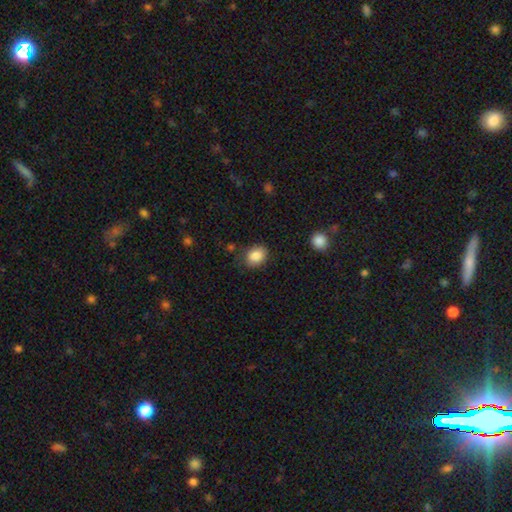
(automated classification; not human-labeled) This appears to be a smooth galaxy with no disk features (86%) that is in between round and cigar-shaped (56%). Merging: none (80%).